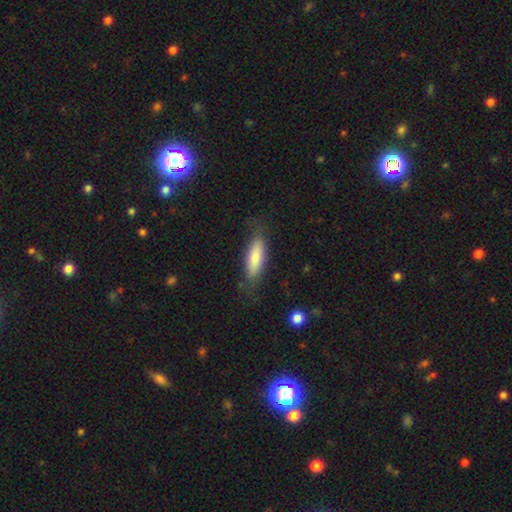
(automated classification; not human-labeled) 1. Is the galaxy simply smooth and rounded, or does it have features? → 78% smooth, 17% featured or disk, 6% star or artifact.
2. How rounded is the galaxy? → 52% in between, 46% cigar-shaped, 2% round.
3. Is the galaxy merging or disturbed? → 76% none, 17% minor disturbance, 6% major disturbance, 1% merger.